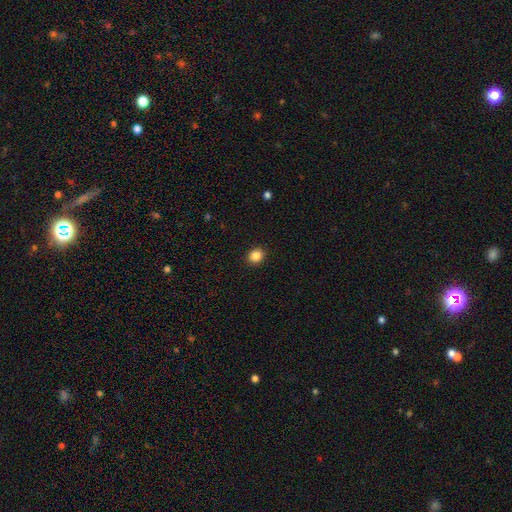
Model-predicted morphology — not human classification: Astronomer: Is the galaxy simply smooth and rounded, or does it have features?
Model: smooth — 86%.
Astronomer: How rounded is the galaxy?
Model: round — 74%.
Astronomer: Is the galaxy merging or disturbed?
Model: none — 92%.